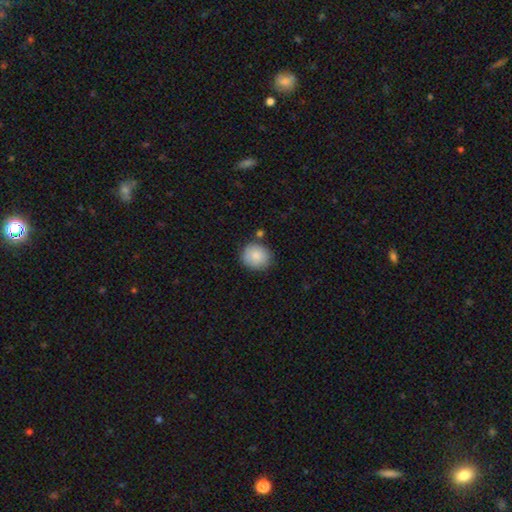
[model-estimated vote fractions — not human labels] Morphology: type=smooth (85%); roundness=round (82%); merging=none (78%).